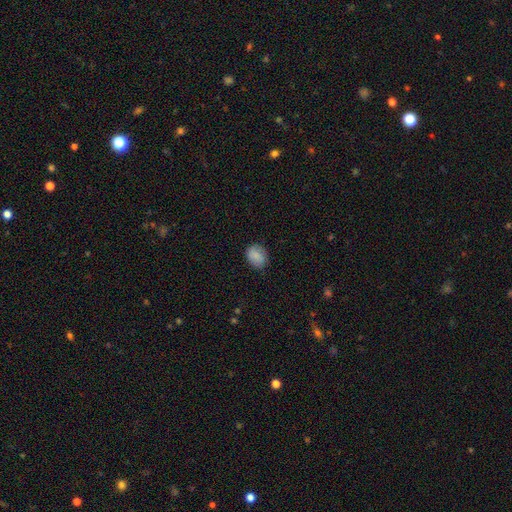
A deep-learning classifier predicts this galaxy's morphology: type=smooth (86%); roundness=in between (58%); merging=none (78%).